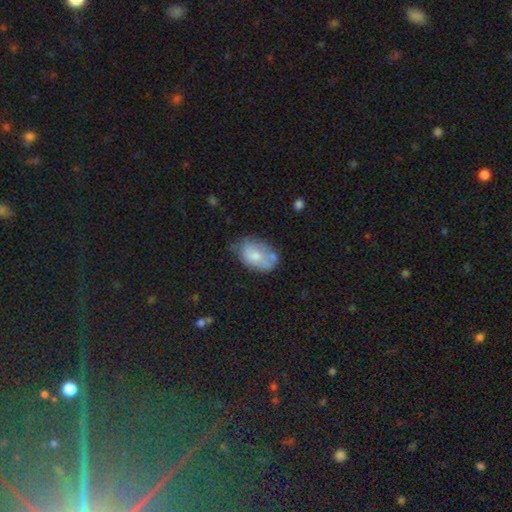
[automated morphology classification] A smooth galaxy with no disk features (64%) that is in between round and cigar-shaped (88%). Merging: none (46%).